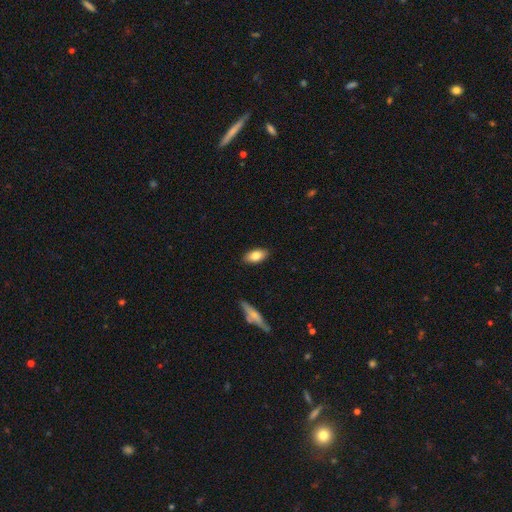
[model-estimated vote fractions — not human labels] Q: Smooth or featured?
A: smooth (80%); runner-up: featured or disk (13%)
Q: How rounded?
A: in between (90%); runner-up: cigar-shaped (6%)
Q: Merging?
A: none (88%); runner-up: minor disturbance (9%)